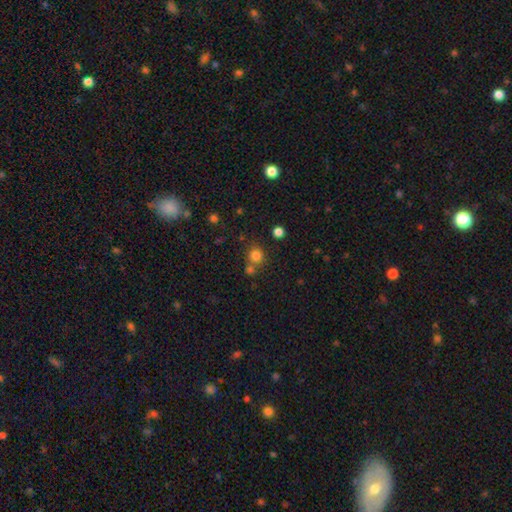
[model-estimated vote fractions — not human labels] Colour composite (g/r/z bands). It shows a smooth galaxy with no disk features (78%) that is round (87%). Merging: none (62%).